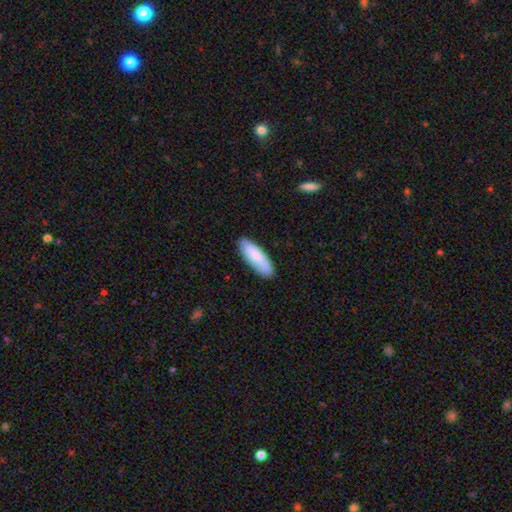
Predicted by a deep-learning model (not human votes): The model was most divided on "how rounded": in between: 60%, cigar-shaped: 39%, round: 2%. More confident: merging — none (84%); smooth or featured — smooth (78%).